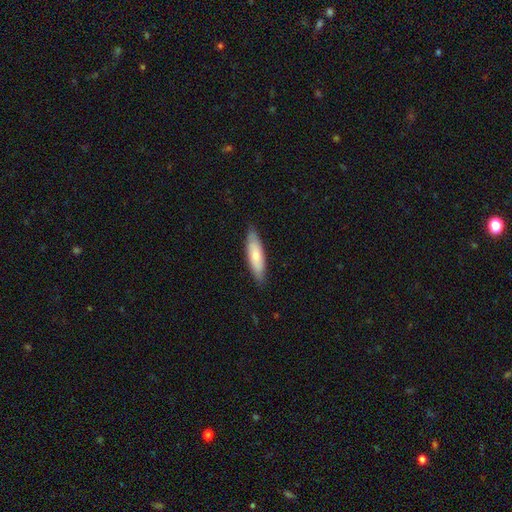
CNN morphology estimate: The model was most divided on "how rounded": cigar-shaped: 63%, in between: 35%, round: 2%. More confident: merging — none (85%); smooth or featured — smooth (72%).